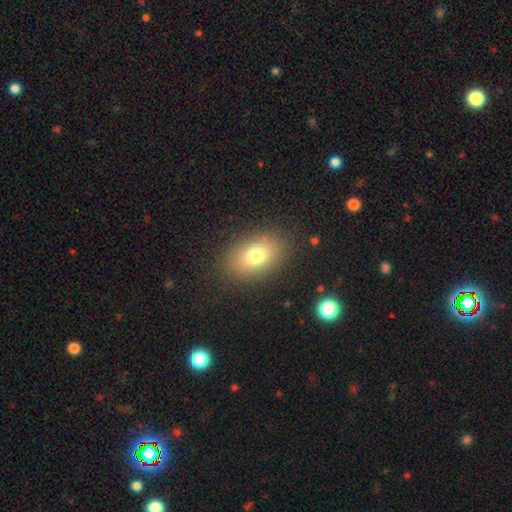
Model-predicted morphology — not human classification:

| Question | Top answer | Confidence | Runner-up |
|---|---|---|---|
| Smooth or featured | smooth | 76% | star or artifact (12%) |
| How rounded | in between | 78% | round (20%) |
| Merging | none | 85% | minor disturbance (10%) |